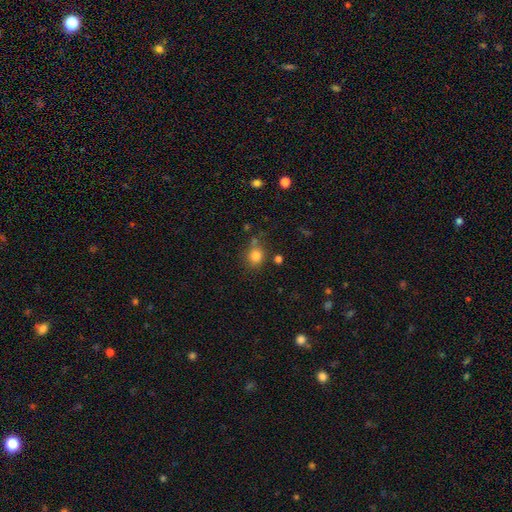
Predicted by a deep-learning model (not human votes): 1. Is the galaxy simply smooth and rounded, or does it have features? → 81% smooth, 13% star or artifact, 7% featured or disk.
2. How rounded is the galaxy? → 82% round, 17% in between, 1% cigar-shaped.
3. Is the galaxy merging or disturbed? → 72% none, 14% minor disturbance, 9% merger, 5% major disturbance.